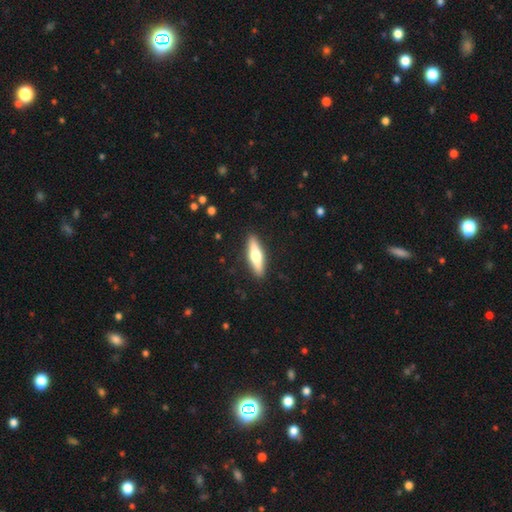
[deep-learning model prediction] This is possibly a smooth galaxy (48%). Merging: clearly none (91%).